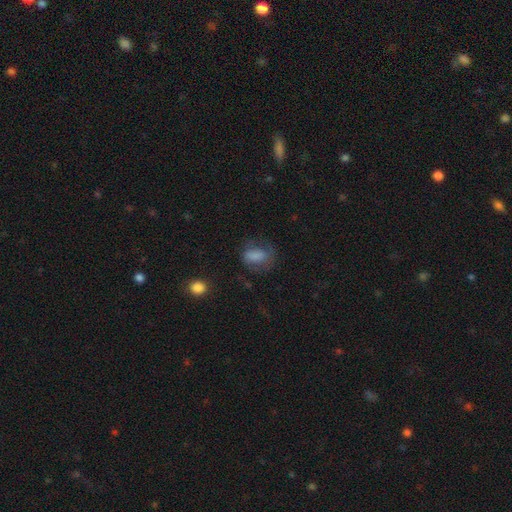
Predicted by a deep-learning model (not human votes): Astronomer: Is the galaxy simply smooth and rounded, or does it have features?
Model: smooth — 70%.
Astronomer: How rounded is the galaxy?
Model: in between — 75%.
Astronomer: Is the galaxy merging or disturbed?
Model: none — 47% (runner-up: minor disturbance, 25%).